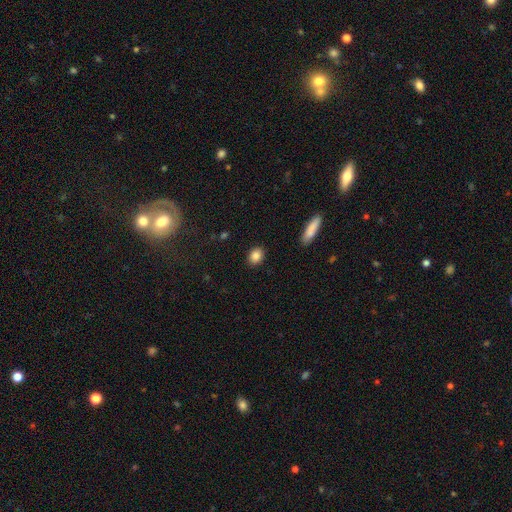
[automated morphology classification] type=smooth (86%); roundness=in between (56%); merging=none (89%).